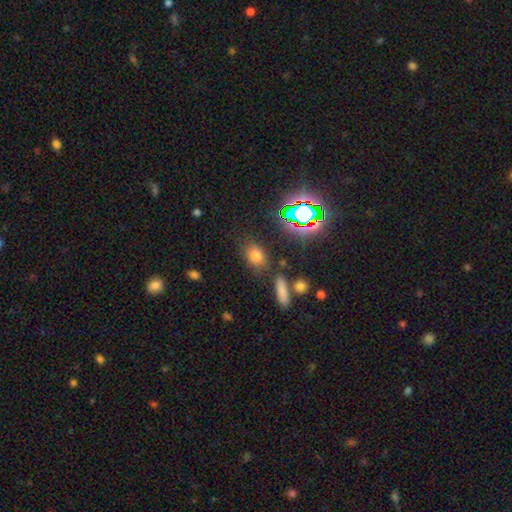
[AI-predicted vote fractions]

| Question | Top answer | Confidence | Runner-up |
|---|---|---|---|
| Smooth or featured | smooth | 71% | star or artifact (21%) |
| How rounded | in between | 68% | round (28%) |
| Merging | none | 76% | minor disturbance (12%) |